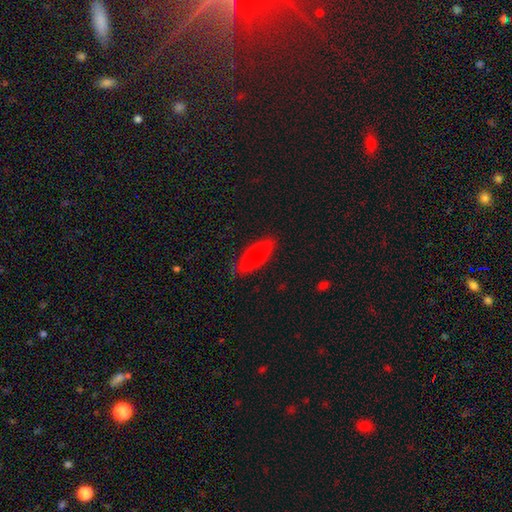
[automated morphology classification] Q: Smooth or featured?
A: smooth (69%); runner-up: featured or disk (24%)
Q: How rounded?
A: in between (62%); runner-up: cigar-shaped (35%)
Q: Merging?
A: none (83%); runner-up: minor disturbance (13%)